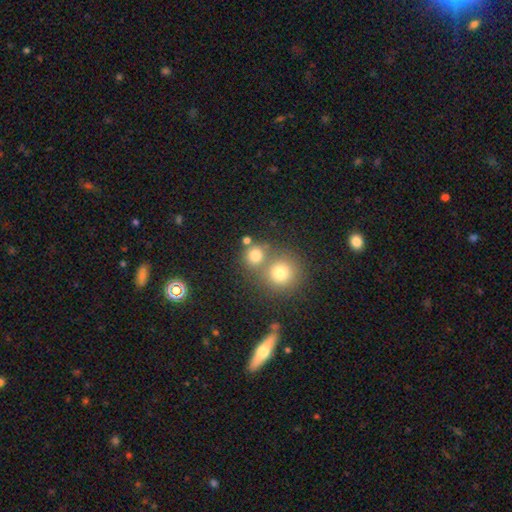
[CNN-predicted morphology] This appears to be a smooth galaxy with no disk features (75%) that is round (86%). Merging: none (54%).